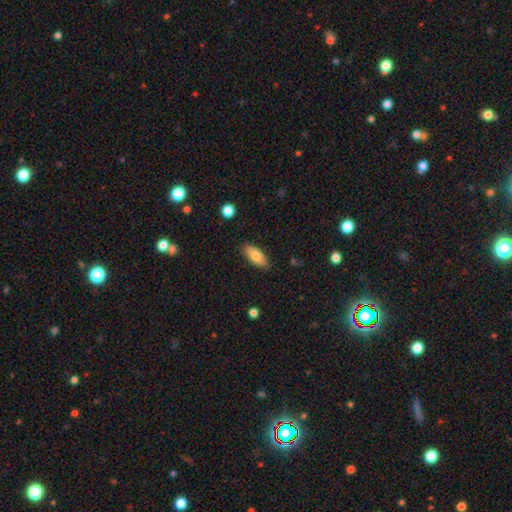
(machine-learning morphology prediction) The model was most divided on "how rounded": in between: 80%, cigar-shaped: 18%, round: 2%. More confident: merging — none (86%); smooth or featured — smooth (78%).